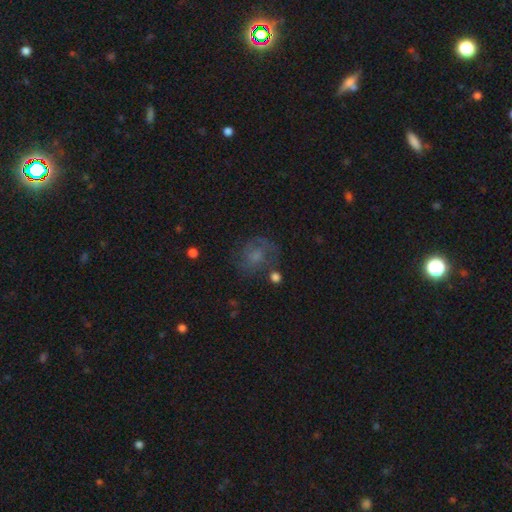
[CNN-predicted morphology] featured or disk 44%, smooth 40%, star or artifact 17%. Down the decision tree: merging — none (57%).